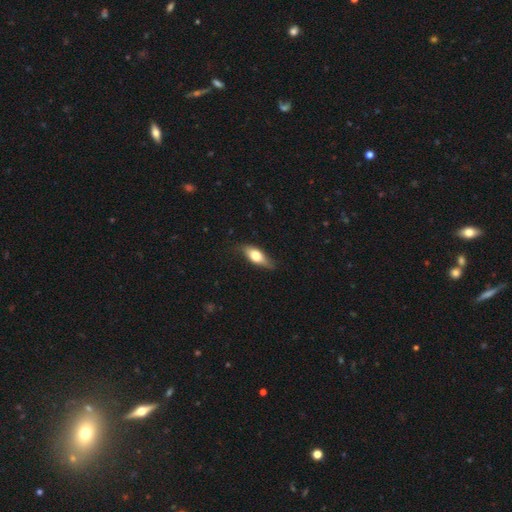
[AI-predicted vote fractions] Smooth or featured? smooth (61%)
How rounded? in between (71%)
Merging? none (75%)